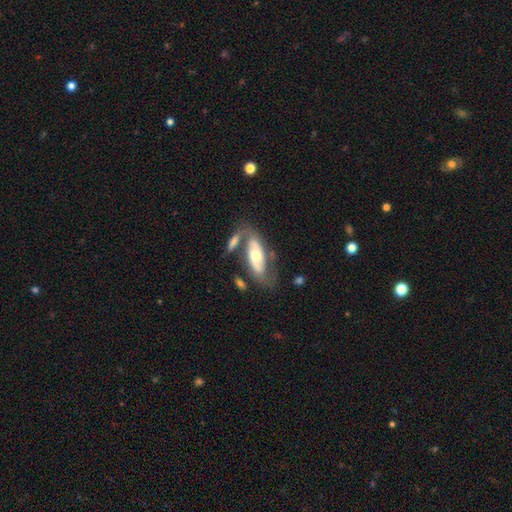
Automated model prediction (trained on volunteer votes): Smooth or featured? Predicted: featured or disk (p=0.60). Edge-on disk? Predicted: no (p=0.82). Merging? Predicted: none (p=0.50).